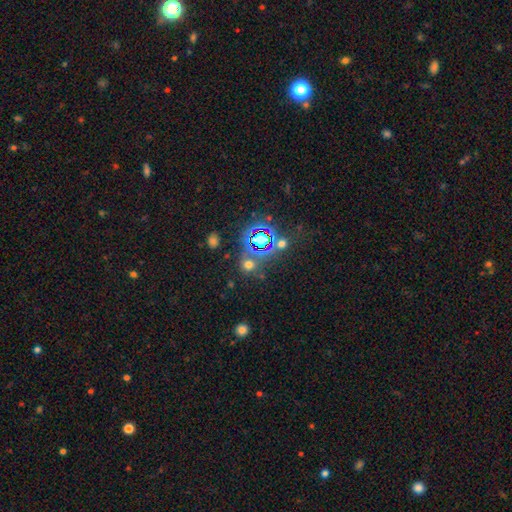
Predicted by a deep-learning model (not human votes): Morphology: type=star or artifact (60%).